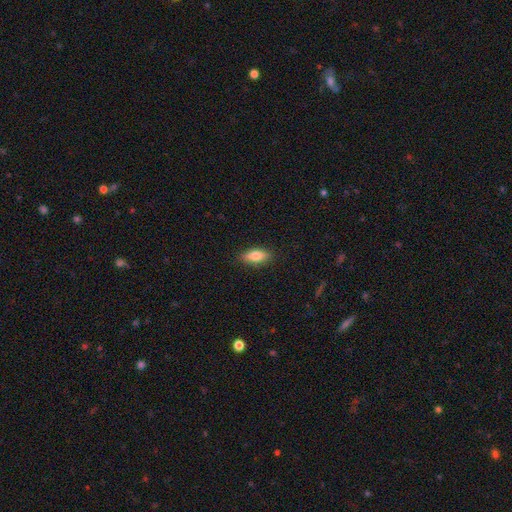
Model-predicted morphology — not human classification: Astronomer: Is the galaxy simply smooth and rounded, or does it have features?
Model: smooth — 75%.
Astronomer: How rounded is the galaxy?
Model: in between — 74%.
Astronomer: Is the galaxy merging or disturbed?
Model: none — 87%.